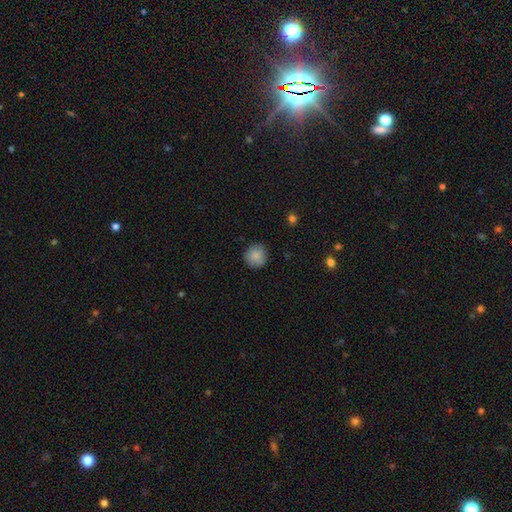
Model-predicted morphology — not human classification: Smooth or featured: smooth — 85% (star or artifact — 8%)
How rounded: round — 92% (in between — 7%)
Merging: none — 86% (minor disturbance — 10%)